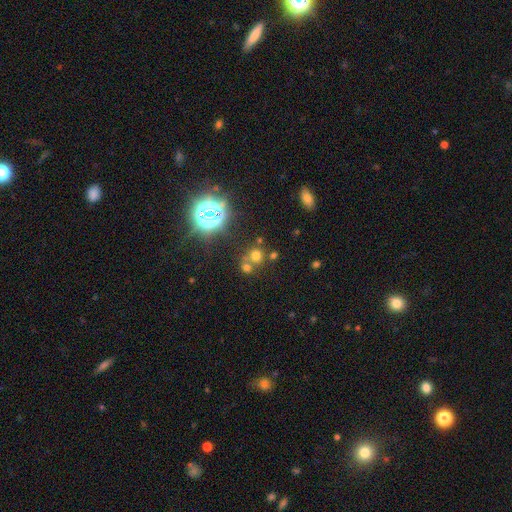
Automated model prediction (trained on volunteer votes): Q: Smooth or featured?
A: smooth (57%); runner-up: star or artifact (33%)
Q: How rounded?
A: round (88%); runner-up: in between (11%)
Q: Merging?
A: none (61%); runner-up: merger (27%)